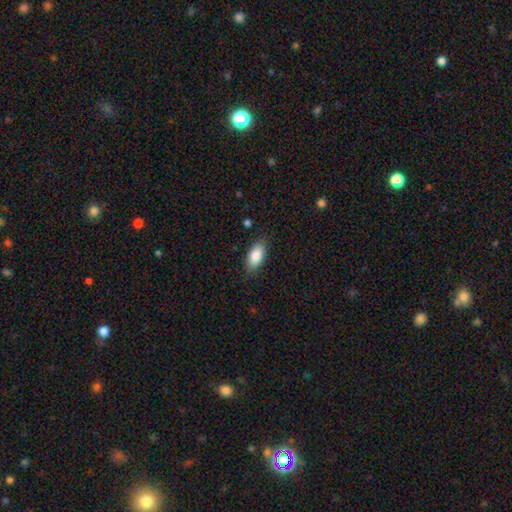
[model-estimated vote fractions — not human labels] Q: Smooth or featured?
A: smooth (84%); runner-up: featured or disk (10%)
Q: How rounded?
A: in between (90%); runner-up: cigar-shaped (7%)
Q: Merging?
A: none (82%); runner-up: minor disturbance (14%)